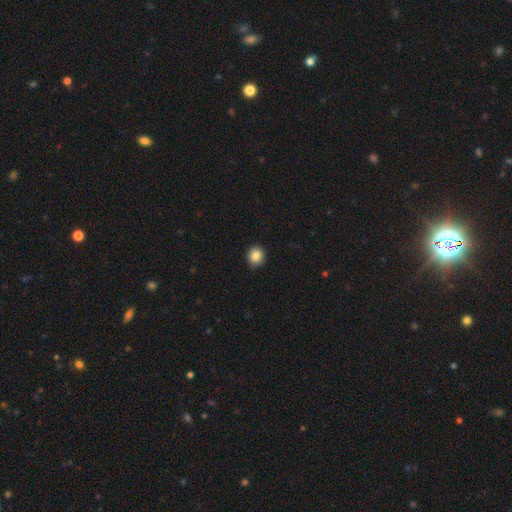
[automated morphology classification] type=smooth (85%); roundness=round (81%); merging=none (88%).